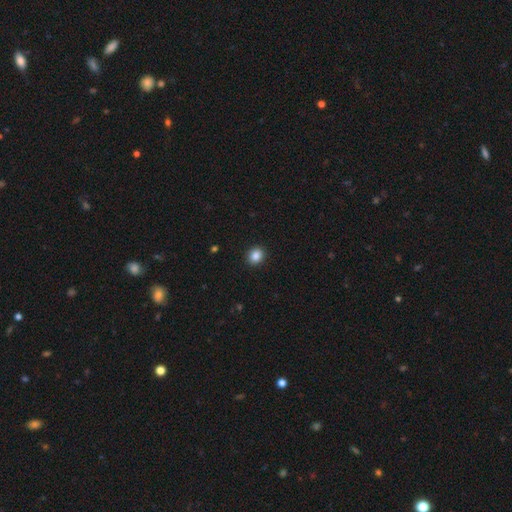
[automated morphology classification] type=smooth (86%); roundness=round (77%); merging=none (92%).